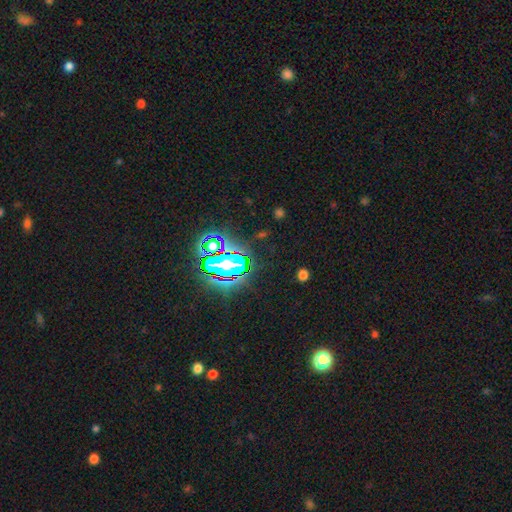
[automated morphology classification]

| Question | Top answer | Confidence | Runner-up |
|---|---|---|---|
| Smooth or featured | star or artifact | 82% | smooth (10%) |